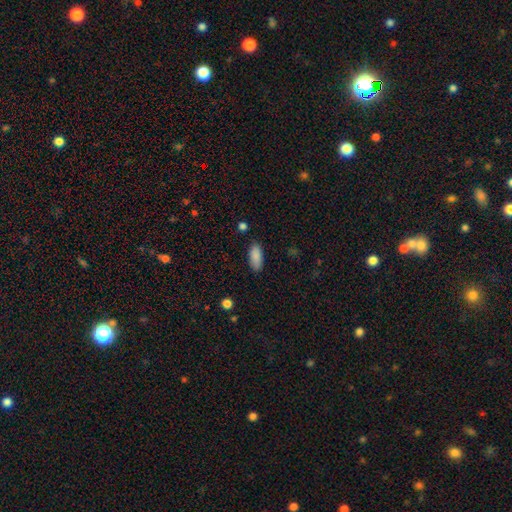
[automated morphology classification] type=smooth (89%); roundness=in between (85%); merging=none (85%).